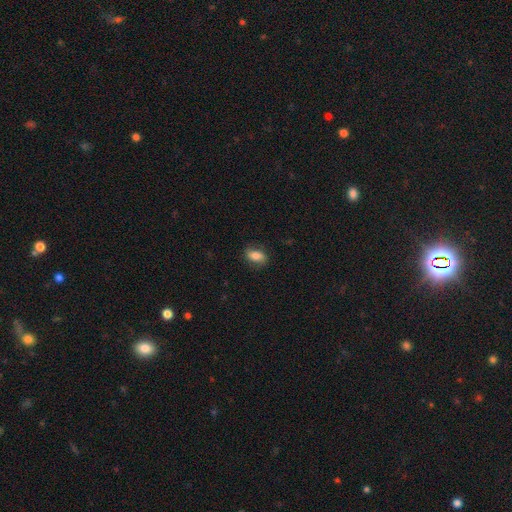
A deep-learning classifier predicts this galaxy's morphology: smooth-or-featured: smooth: 70% | featured or disk: 22% | star or artifact: 8%
  how-rounded: in between: 84% | round: 12% | cigar-shaped: 4%
  merging: none: 77% | minor disturbance: 17% | major disturbance: 5% | merger: 1%